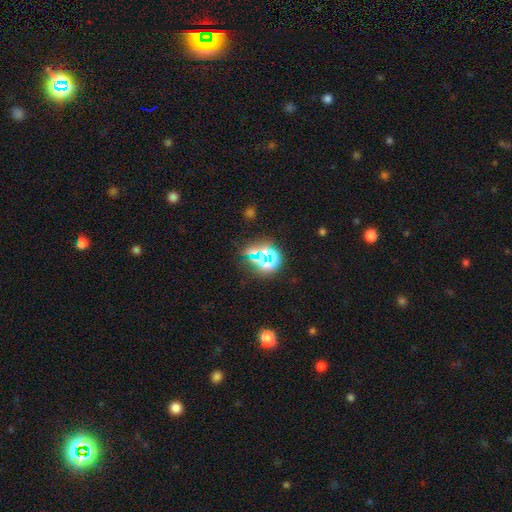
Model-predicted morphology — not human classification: This is likely a star or artifact rather than a galaxy (72%).